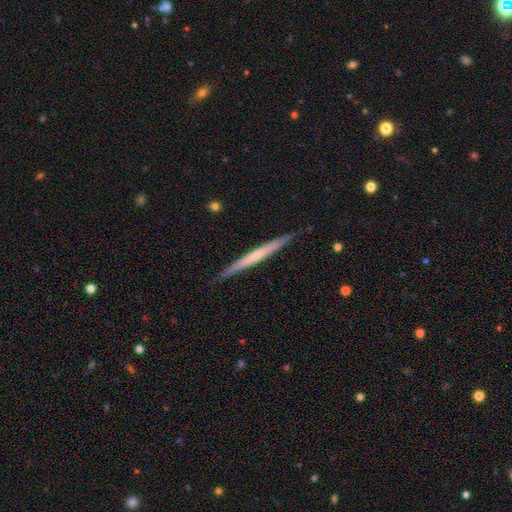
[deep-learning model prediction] smooth_or_featured: featured or disk (p=0.53) [alt: smooth p=0.42]
disk_edge_on: yes (p=0.97) [alt: no p=0.03]
edge_on_bulge: none (p=0.79) [alt: rounded p=0.16]
merging: none (p=0.89) [alt: minor disturbance p=0.08]